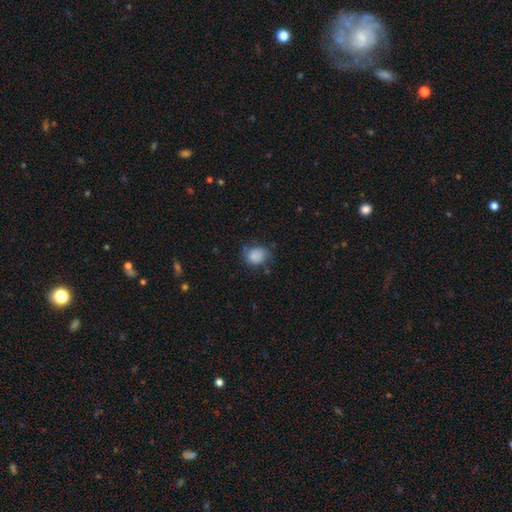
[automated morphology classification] Overall: smooth (80%). How rounded: round (65%; in between 34%). Merging: none (62%; minor disturbance 28%).